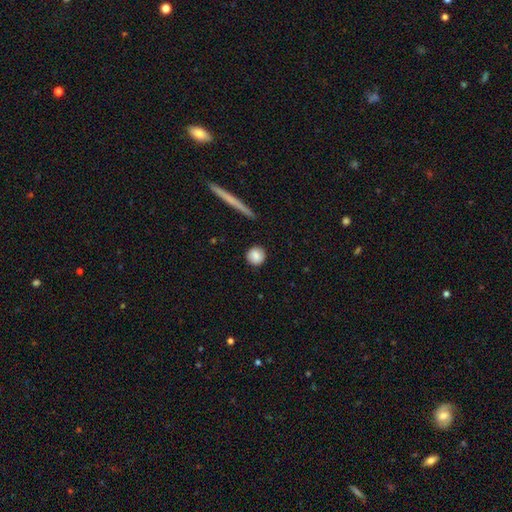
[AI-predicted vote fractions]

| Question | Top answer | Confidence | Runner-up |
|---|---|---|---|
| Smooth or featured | smooth | 86% | star or artifact (7%) |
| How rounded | round | 90% | in between (7%) |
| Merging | none | 89% | minor disturbance (8%) |